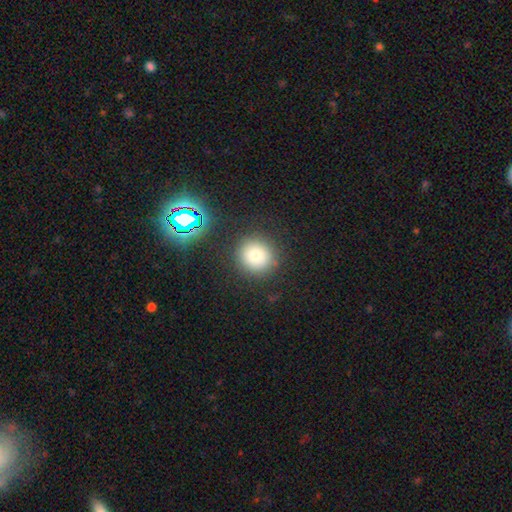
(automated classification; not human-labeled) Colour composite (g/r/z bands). It shows a smooth galaxy with no disk features (77%) that is round (90%). Merging: none (86%).